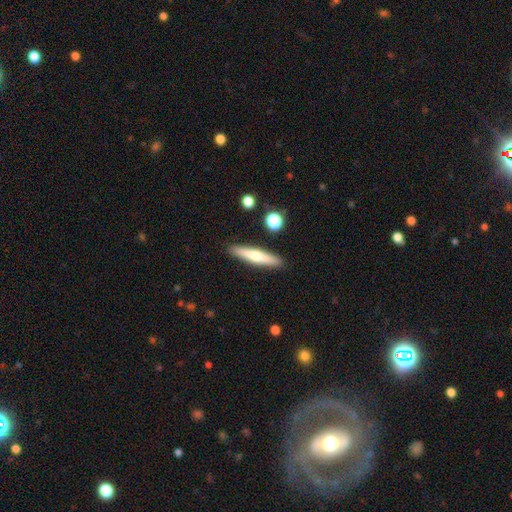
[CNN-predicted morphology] This appears to be a smooth galaxy with no disk features (58%) that is cigar-shaped (87%). Merging: none (90%).